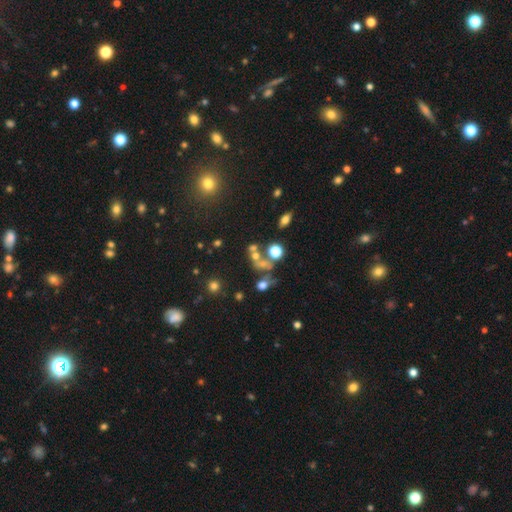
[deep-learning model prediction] A smooth galaxy with no disk features (49%). Merging: merger (41%).